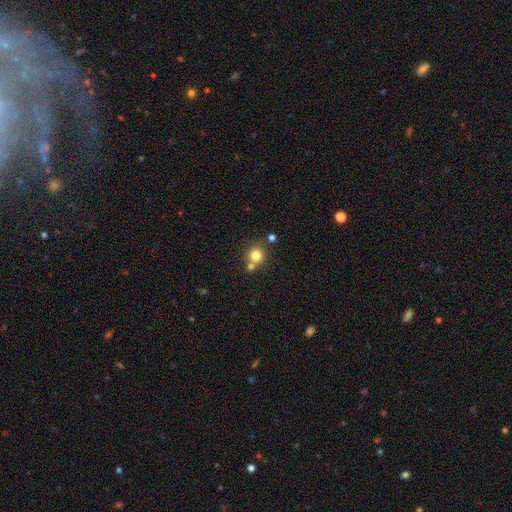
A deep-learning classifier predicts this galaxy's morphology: smooth-or-featured: smooth: 79% | star or artifact: 12% | featured or disk: 9%
  how-rounded: round: 88% | in between: 11% | cigar-shaped: 1%
  merging: none: 58% | merger: 30% | minor disturbance: 9% | major disturbance: 3%